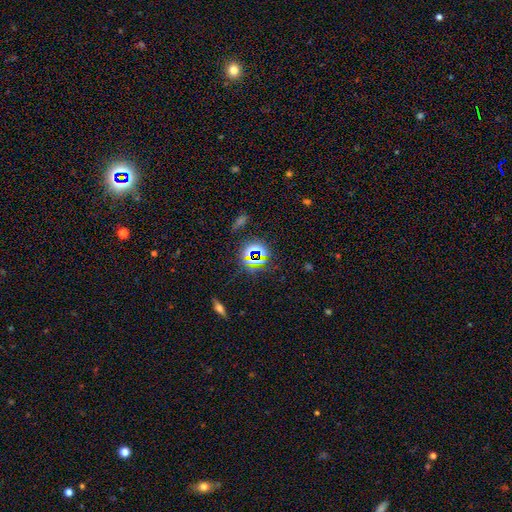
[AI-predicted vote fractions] smooth_or_featured: star or artifact (p=0.70) [alt: smooth p=0.21]